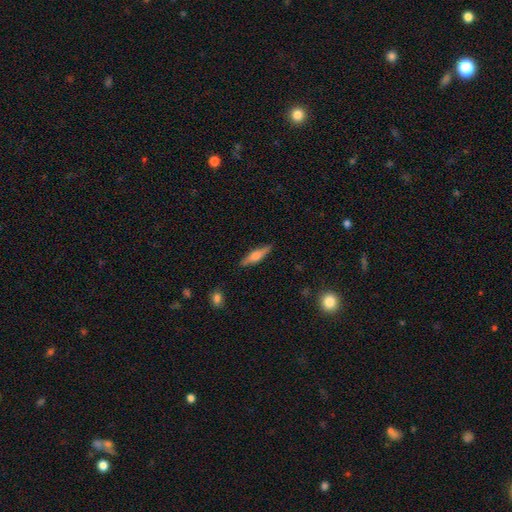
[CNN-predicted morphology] Smooth or featured? featured or disk (53%)
Edge-on disk? yes (95%)
Edge-on bulge? rounded (80%)
Merging? none (87%)